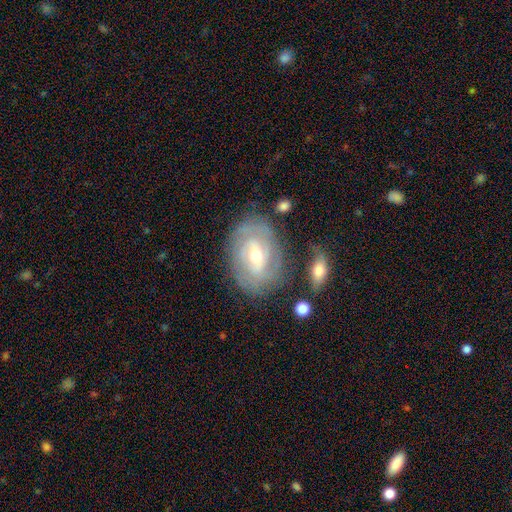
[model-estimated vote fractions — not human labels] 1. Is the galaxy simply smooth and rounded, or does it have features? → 78% featured or disk, 15% smooth, 6% star or artifact.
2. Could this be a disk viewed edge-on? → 95% no, 5% yes.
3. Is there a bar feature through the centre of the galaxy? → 49% weak, 31% no, 20% strong.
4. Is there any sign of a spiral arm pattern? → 87% yes, 13% no.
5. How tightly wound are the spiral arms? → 68% tight, 24% medium, 7% loose.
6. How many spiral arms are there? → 36% can't tell, 35% 2, 15% 3, 6% 4, 4% 1, 3% more than 4.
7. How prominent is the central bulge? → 63% moderate, 33% small, 3% large, 1% none, 1% dominant.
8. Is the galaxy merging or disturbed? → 76% none, 16% minor disturbance, 5% major disturbance, 3% merger.